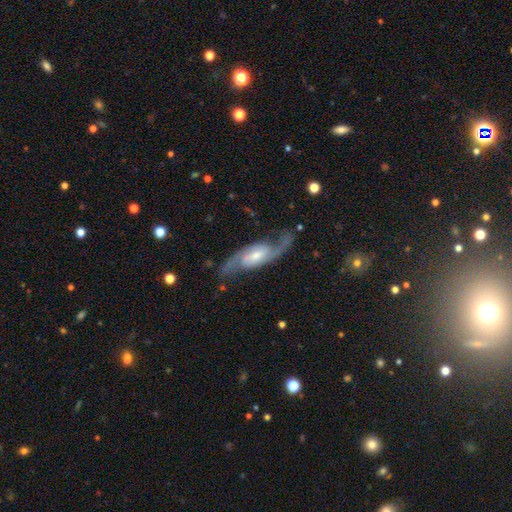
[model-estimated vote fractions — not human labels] Smooth or featured? Predicted: featured or disk (p=0.89). Edge-on disk? Predicted: no (p=0.93). Bar? Predicted: weak (p=0.48). Spiral arms? Predicted: yes (p=0.97). Spiral winding? Predicted: medium (p=0.46). Spiral arm count? Predicted: 2 (p=0.93). Bulge size? Predicted: moderate (p=0.49). Merging? Predicted: none (p=0.76).